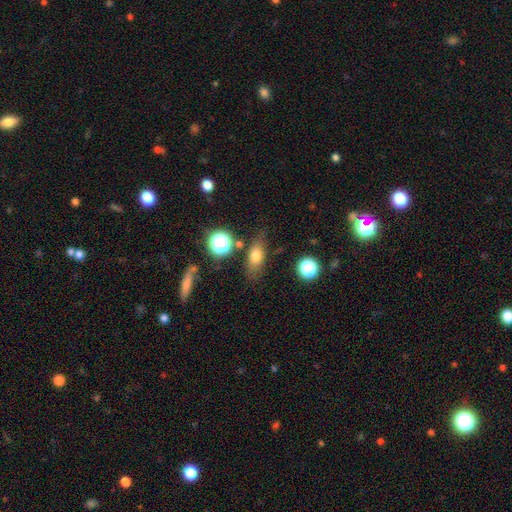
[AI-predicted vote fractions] Smooth or featured?
  - smooth: 71% *
  - featured or disk: 16%
  - star or artifact: 12%
How rounded?
  - in between: 71% *
  - cigar-shaped: 15%
  - round: 14%
Merging?
  - none: 72% *
  - minor disturbance: 17%
  - merger: 6%
  - major disturbance: 6%